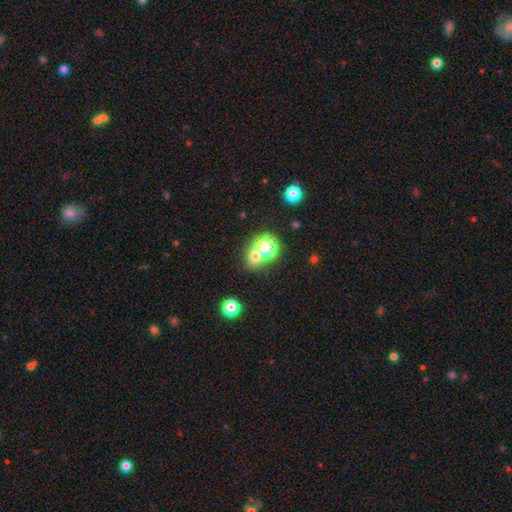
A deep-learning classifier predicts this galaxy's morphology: The model was most divided on "merging": none: 55%, merger: 33%, minor disturbance: 8%, major disturbance: 4%. More confident: how rounded — round (75%); smooth or featured — smooth (61%).